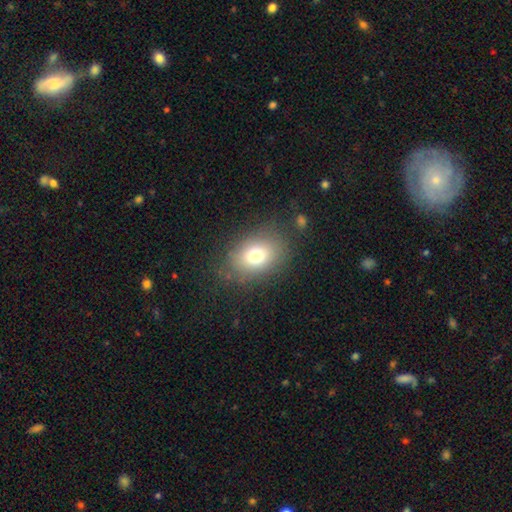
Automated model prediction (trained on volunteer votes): Smooth or featured?
  - smooth: 74% *
  - featured or disk: 13%
  - star or artifact: 13%
How rounded?
  - in between: 65% *
  - round: 33%
  - cigar-shaped: 1%
Merging?
  - none: 79% *
  - minor disturbance: 13%
  - major disturbance: 6%
  - merger: 2%